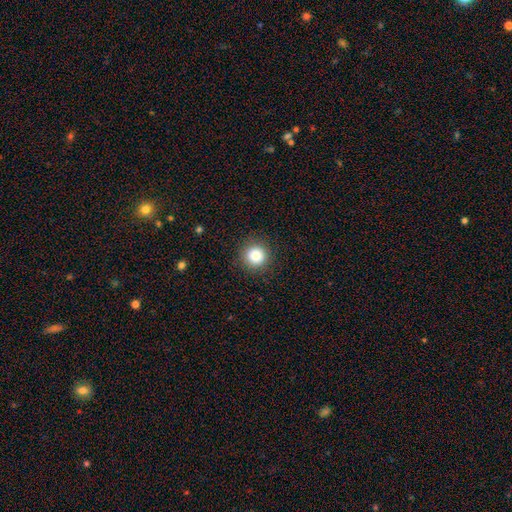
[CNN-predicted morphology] Overall: smooth (81%). How rounded: round (95%). Merging: none (91%).